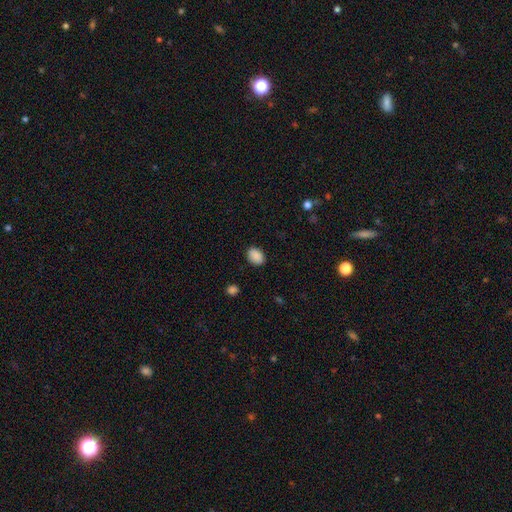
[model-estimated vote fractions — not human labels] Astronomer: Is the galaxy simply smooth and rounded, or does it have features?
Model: smooth — 89%.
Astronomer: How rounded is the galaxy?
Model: in between — 75%.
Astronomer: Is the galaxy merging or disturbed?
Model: none — 86%.